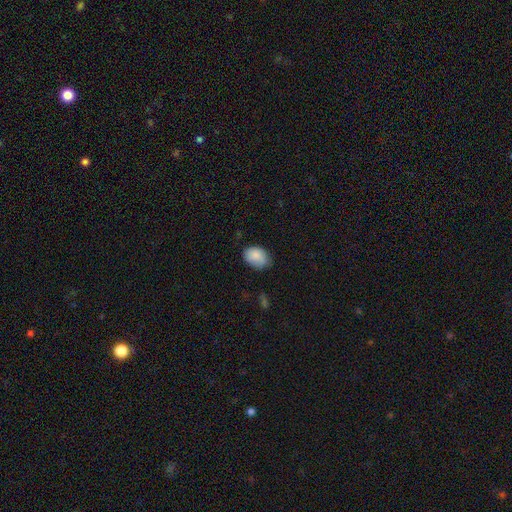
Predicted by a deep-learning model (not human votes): Smooth or featured? smooth (87%)
How rounded? in between (78%)
Merging? none (66%)